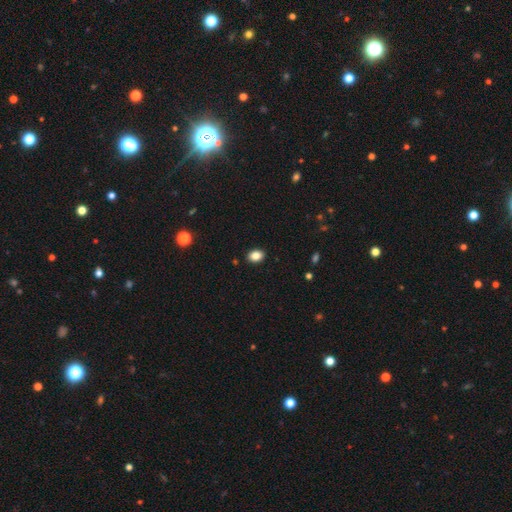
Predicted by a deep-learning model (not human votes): smooth-or-featured: smooth: 85% | star or artifact: 9% | featured or disk: 6%
  how-rounded: in between: 74% | round: 25% | cigar-shaped: 1%
  merging: none: 90% | minor disturbance: 7% | major disturbance: 2% | merger: 1%